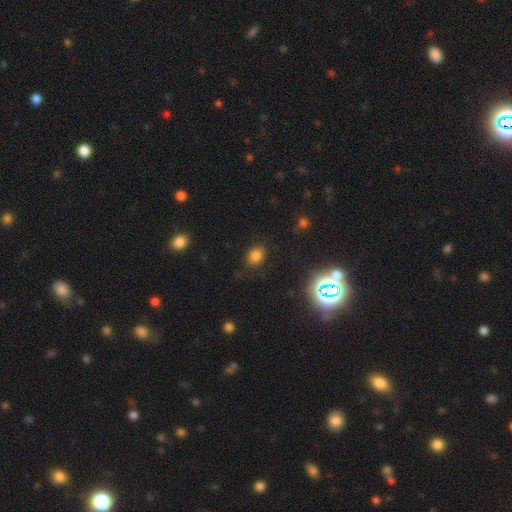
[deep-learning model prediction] smooth 75%, star or artifact 19%, featured or disk 6%. Down the decision tree: how rounded — in between (50%); merging — none (81%).